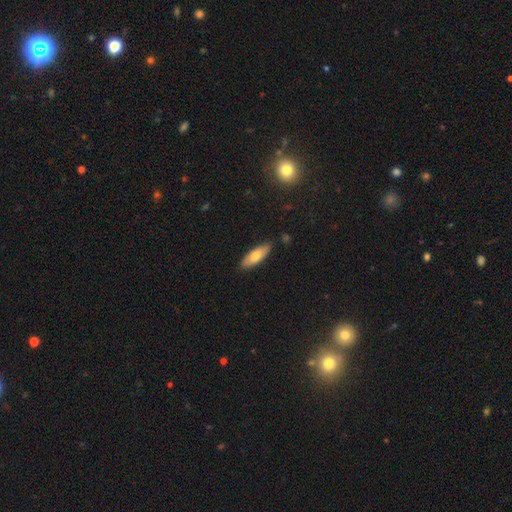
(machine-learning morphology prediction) This is likely a smooth galaxy (69%). How rounded: likely in between (63%). Merging: clearly none (86%).